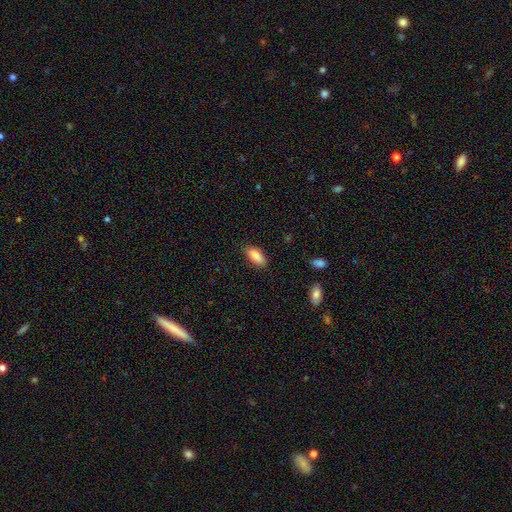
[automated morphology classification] type=smooth (88%); roundness=in between (84%); merging=none (83%).